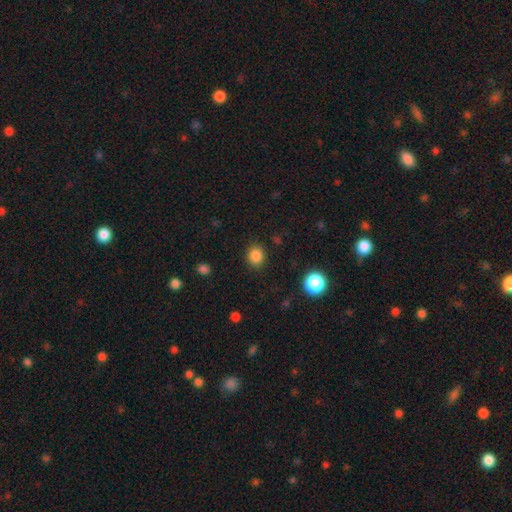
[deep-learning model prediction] smooth-or-featured: smooth: 85% | star or artifact: 12% | featured or disk: 4%
  how-rounded: round: 76% | in between: 23% | cigar-shaped: 1%
  merging: none: 88% | minor disturbance: 8% | major disturbance: 3% | merger: 1%